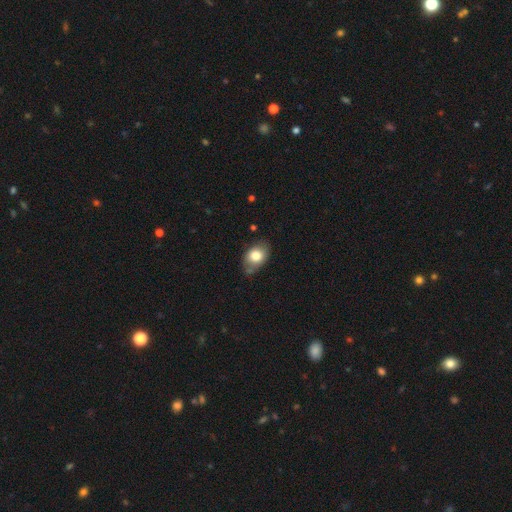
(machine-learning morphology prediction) This appears to be a smooth galaxy with no disk features (78%) that is in between round and cigar-shaped (79%). Merging: none (69%).